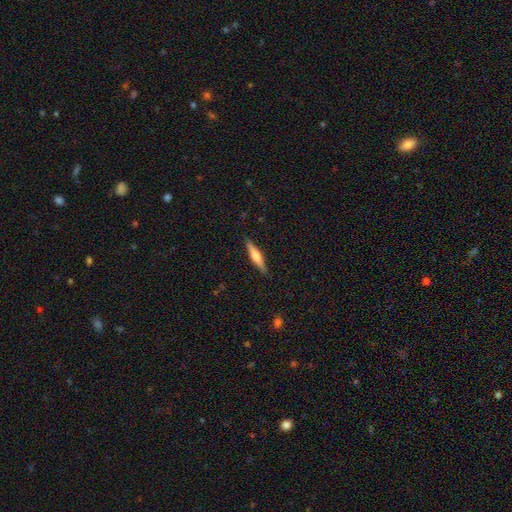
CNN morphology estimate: Smooth or featured?
  - featured or disk: 51% *
  - smooth: 43%
  - star or artifact: 6%
Edge-on disk?
  - yes: 96% *
  - no: 4%
Merging?
  - none: 90% *
  - minor disturbance: 7%
  - major disturbance: 2%
  - merger: 1%